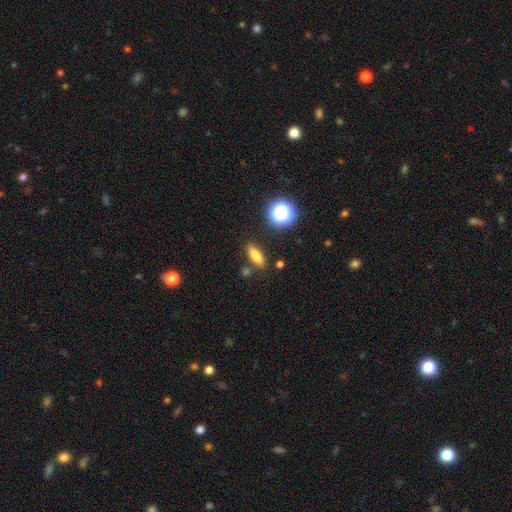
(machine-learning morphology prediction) A smooth galaxy with no disk features (76%) that is in between round and cigar-shaped (59%). Merging: none (83%).